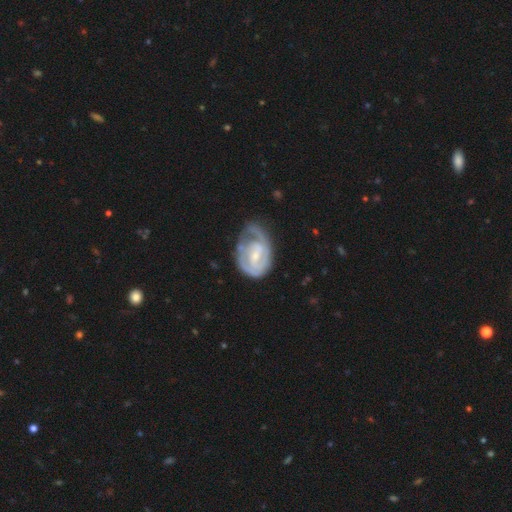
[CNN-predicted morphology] smooth_or_featured: featured or disk (p=0.75) [alt: smooth p=0.20]
disk_edge_on: no (p=0.97) [alt: yes p=0.03]
bar: weak (p=0.50) [alt: no p=0.36]
has_spiral_arms: yes (p=0.83) [alt: no p=0.17]
spiral_winding: tight (p=0.56) [alt: medium p=0.32]
spiral_arm_count: 2 (p=0.37) [alt: can't tell p=0.30]
bulge_size: small (p=0.51) [alt: moderate p=0.36]
merging: none (p=0.42) [alt: minor disturbance p=0.32]